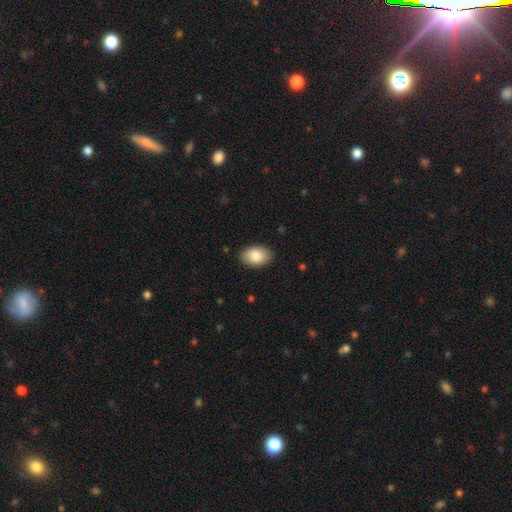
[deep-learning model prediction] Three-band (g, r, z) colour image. It shows a smooth galaxy with no disk features (87%) that is in between round and cigar-shaped (88%). Merging: none (88%).